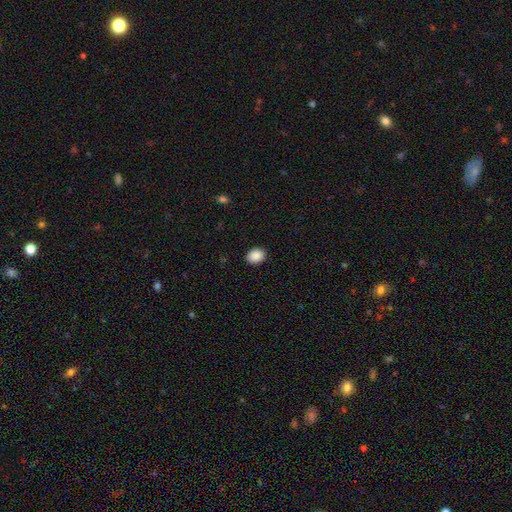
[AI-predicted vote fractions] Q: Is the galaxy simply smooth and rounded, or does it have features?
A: smooth — 89%.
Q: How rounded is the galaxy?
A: in between — 58%.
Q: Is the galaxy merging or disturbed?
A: none — 89%.